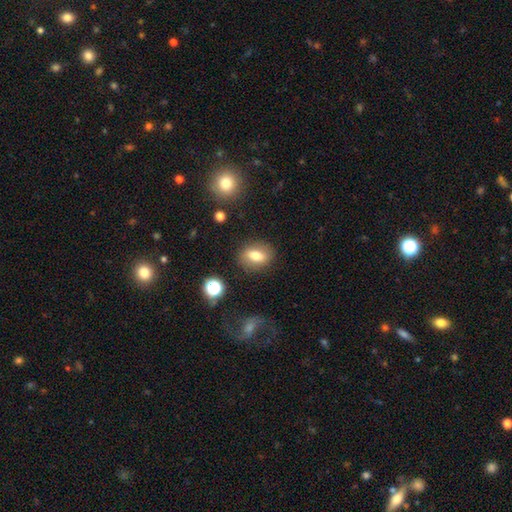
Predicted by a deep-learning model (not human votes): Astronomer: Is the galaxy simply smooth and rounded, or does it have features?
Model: smooth — 73%.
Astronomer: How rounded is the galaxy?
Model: in between — 68%.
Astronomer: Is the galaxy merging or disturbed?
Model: none — 84%.